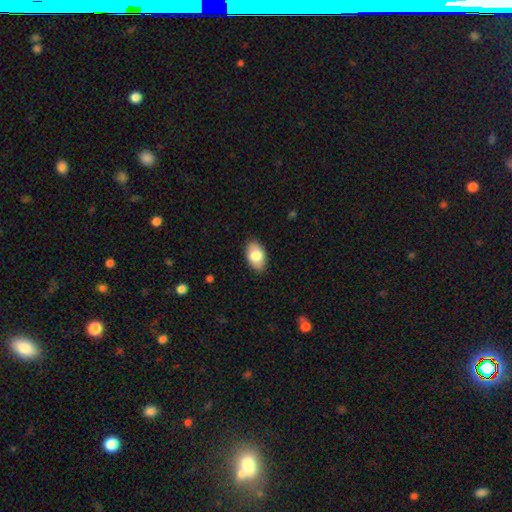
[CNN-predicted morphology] type=smooth (80%); roundness=in between (92%); merging=none (87%).